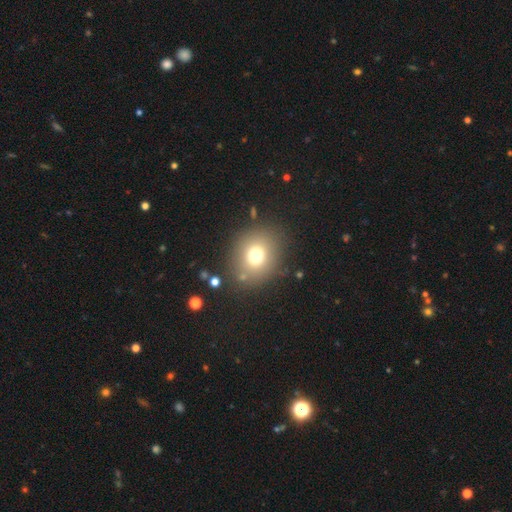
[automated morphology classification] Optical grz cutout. It shows a smooth galaxy with no disk features (72%) that is round (71%). Merging: none (82%).